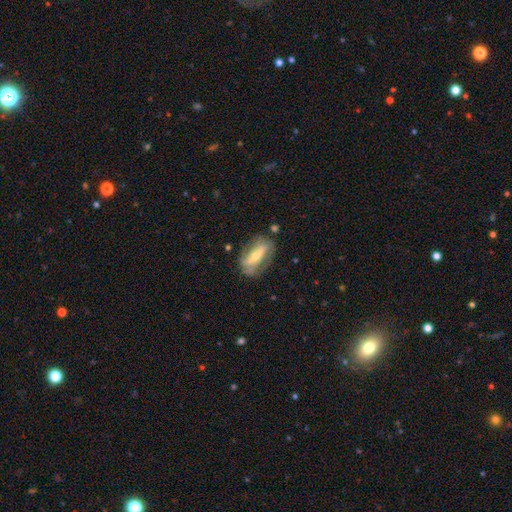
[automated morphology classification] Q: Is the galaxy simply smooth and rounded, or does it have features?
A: featured or disk — 67%.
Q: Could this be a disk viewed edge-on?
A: no — 82%.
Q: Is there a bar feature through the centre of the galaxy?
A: strong — 55%.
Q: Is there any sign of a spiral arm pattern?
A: yes — 66%.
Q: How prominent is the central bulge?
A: small — 50%.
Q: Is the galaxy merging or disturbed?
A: none — 68%.